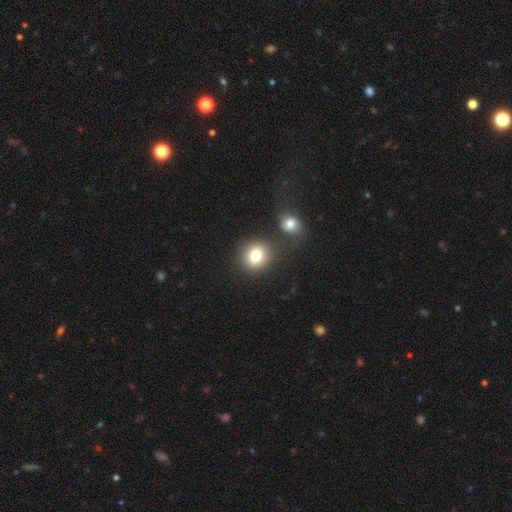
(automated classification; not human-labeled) A smooth galaxy with no disk features (79%) that is round (79%).

Vote fractions:
- Smooth or featured? smooth: 79% / star or artifact: 11% / featured or disk: 10%
- How rounded? round: 79% / in between: 21% / cigar-shaped: 1%
- Merging? none: 68% / merger: 18% / minor disturbance: 10% / major disturbance: 4%